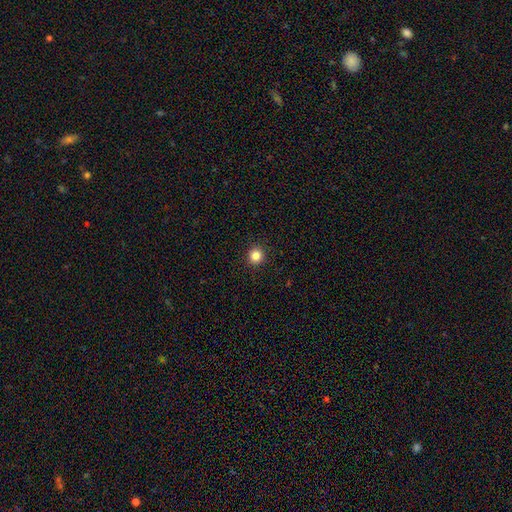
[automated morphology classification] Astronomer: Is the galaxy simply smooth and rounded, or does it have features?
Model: smooth — 84%.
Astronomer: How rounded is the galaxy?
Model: round — 93%.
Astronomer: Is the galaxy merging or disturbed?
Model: none — 92%.